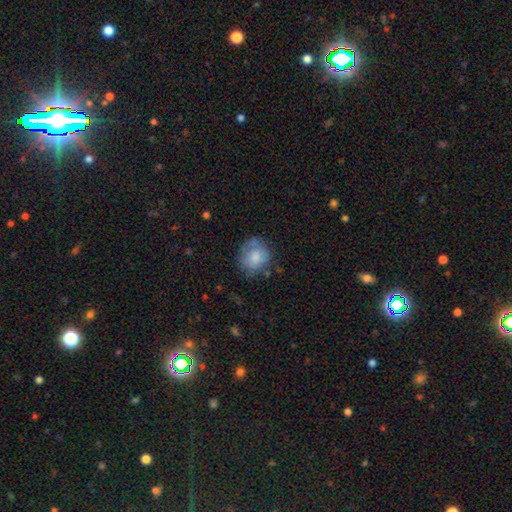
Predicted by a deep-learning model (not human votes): Smooth or featured? smooth (77%)
How rounded? round (79%)
Merging? none (65%)